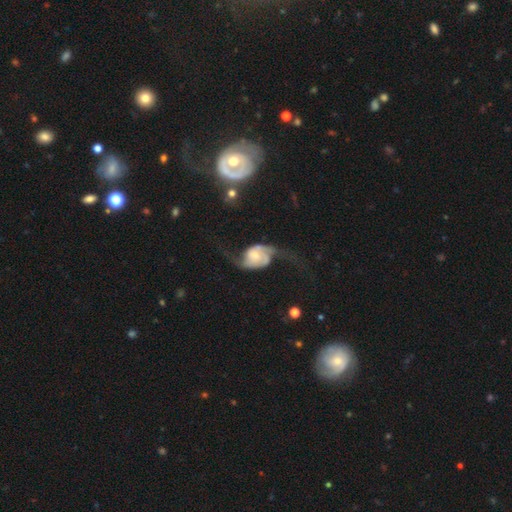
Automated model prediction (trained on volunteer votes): A featured or disk galaxy (84%) with no bar (56%), 2 (92%) loose (72%) spiral arms (96%) and a small central bulge (46%).

Vote fractions:
- Smooth or featured? featured or disk: 84% / smooth: 11% / star or artifact: 5%
- Edge-on disk? no: 97% / yes: 3%
- Bar? no: 56% / weak: 33% / strong: 12%
- Spiral arms? yes: 96% / no: 4%
- Spiral winding? loose: 72% / medium: 22% / tight: 6%
- Spiral arm count? 2: 92% / can't tell: 2% / 1: 2% / 3: 1% / 4: 1% / more than 4: 1%
- Bulge size? small: 46% / moderate: 35% / large: 8% / none: 7% / dominant: 3%
- Merging? none: 54% / major disturbance: 25% / minor disturbance: 18% / merger: 3%